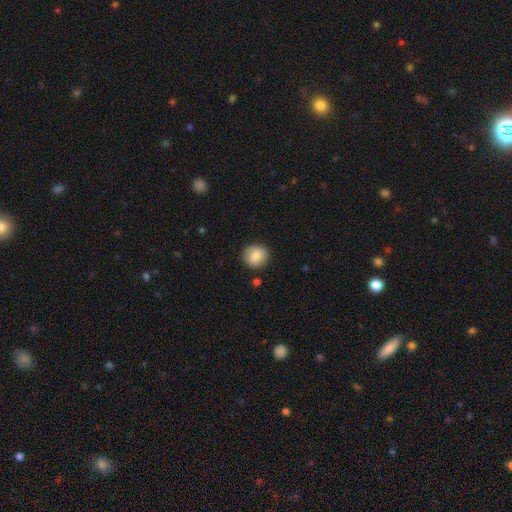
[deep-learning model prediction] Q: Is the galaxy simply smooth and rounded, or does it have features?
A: smooth — 84%.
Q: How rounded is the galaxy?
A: round — 92%.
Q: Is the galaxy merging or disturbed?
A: none — 89%.